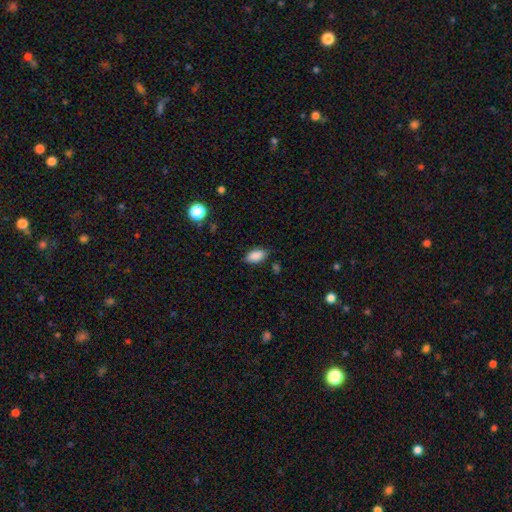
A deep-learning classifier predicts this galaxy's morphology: Smooth or featured? smooth (88%)
How rounded? in between (92%)
Merging? none (81%)